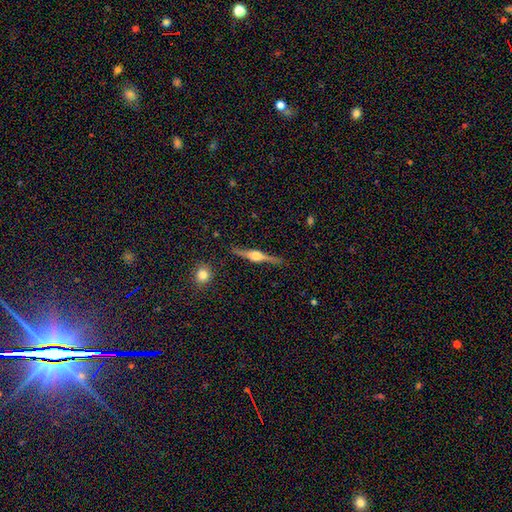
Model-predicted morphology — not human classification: Smooth or featured: featured or disk — 82% (smooth — 12%)
Edge-on disk: yes — 98% (no — 2%)
Edge-on bulge: rounded — 92% (boxy — 6%)
Merging: none — 89% (minor disturbance — 8%)